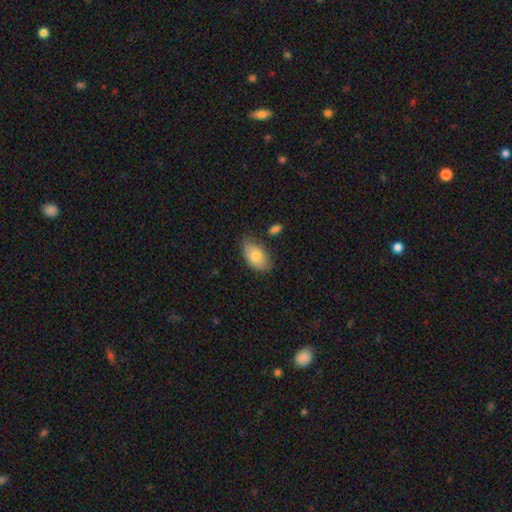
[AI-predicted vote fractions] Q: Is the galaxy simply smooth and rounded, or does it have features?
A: smooth — 77%.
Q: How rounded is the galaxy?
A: in between — 93%.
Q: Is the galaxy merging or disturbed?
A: none — 69%.